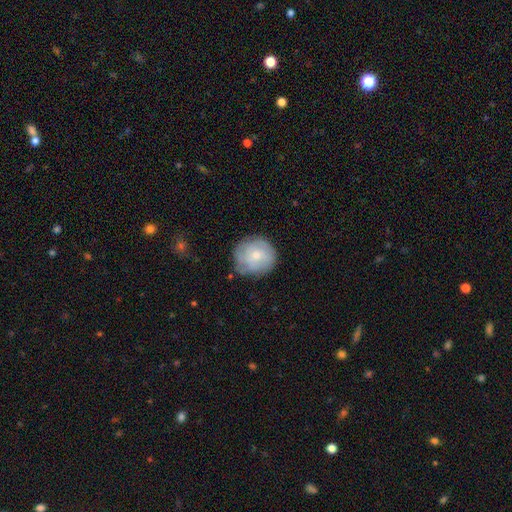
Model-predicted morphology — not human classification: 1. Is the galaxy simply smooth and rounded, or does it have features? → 50% smooth, 44% featured or disk, 7% star or artifact.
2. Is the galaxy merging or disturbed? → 67% none, 24% minor disturbance, 7% major disturbance, 2% merger.